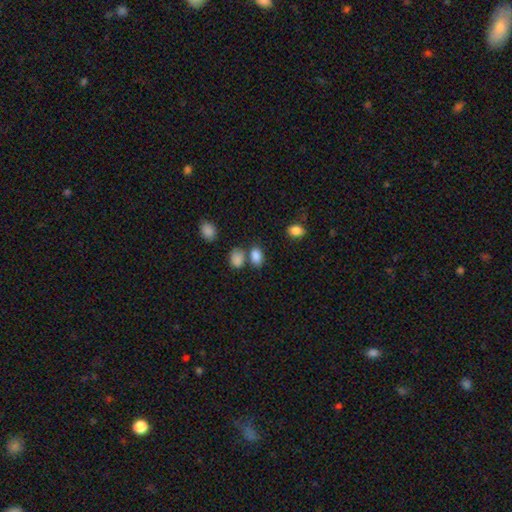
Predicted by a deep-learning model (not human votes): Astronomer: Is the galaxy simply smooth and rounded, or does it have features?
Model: smooth — 84%.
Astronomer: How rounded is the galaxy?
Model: in between — 82%.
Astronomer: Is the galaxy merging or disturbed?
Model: none — 54%.